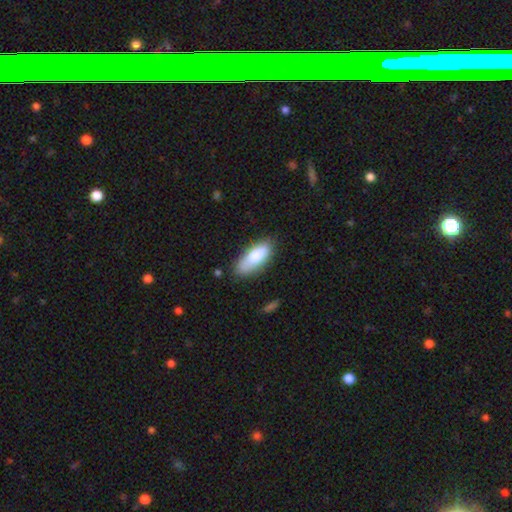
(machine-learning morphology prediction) The model was most divided on "how rounded": in between: 75%, cigar-shaped: 23%, round: 2%. More confident: smooth or featured — smooth (78%); merging — none (74%).